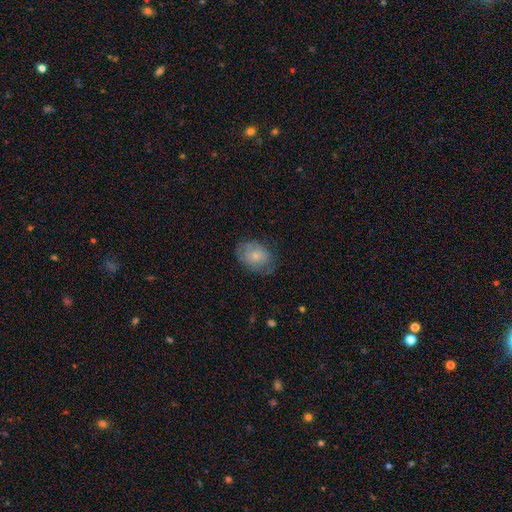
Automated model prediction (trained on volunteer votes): Q: Smooth or featured?
A: smooth (69%); runner-up: featured or disk (24%)
Q: How rounded?
A: in between (65%); runner-up: round (34%)
Q: Merging?
A: none (67%); runner-up: minor disturbance (24%)